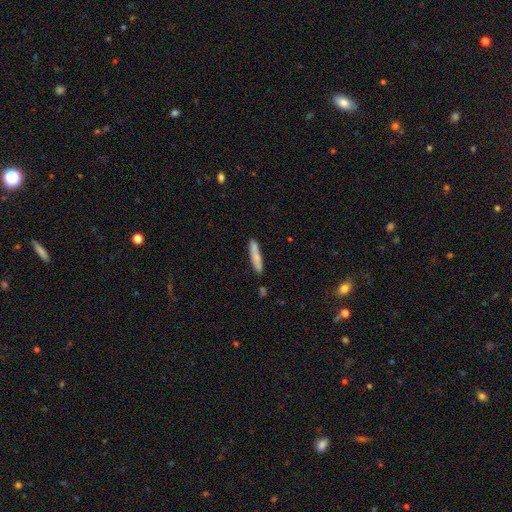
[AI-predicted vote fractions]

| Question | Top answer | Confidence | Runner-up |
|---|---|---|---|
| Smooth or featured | smooth | 77% | featured or disk (17%) |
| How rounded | cigar-shaped | 89% | in between (10%) |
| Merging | none | 82% | minor disturbance (12%) |